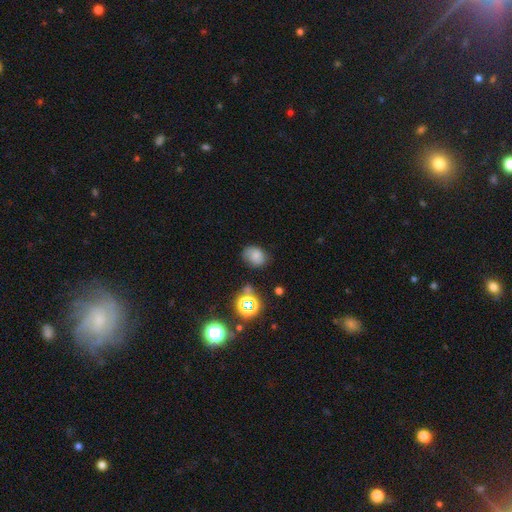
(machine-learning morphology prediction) Smooth or featured?
  - smooth: 72% *
  - star or artifact: 16%
  - featured or disk: 12%
How rounded?
  - in between: 58% *
  - round: 41%
  - cigar-shaped: 1%
Merging?
  - none: 70% *
  - minor disturbance: 22%
  - major disturbance: 5%
  - merger: 3%